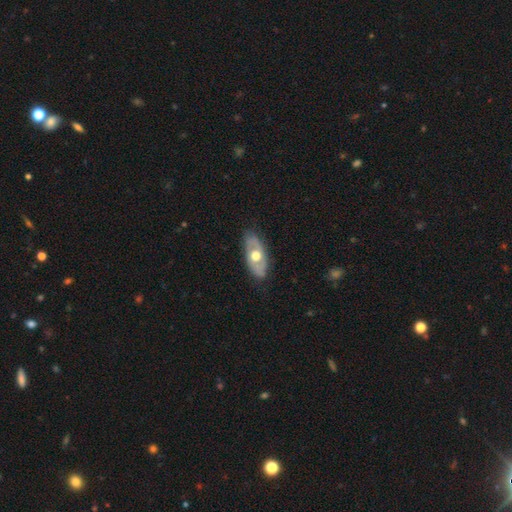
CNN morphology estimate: This is possibly a featured or disk galaxy (58%). It is clearly not viewed edge-on (81%). Merging: likely none (79%).